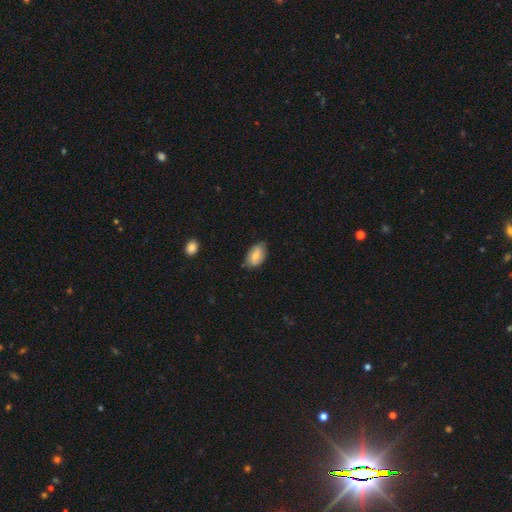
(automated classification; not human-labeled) smooth_or_featured: smooth (p=0.73) [alt: featured or disk p=0.21]
how_rounded: in between (p=0.91) [alt: round p=0.07]
merging: none (p=0.65) [alt: minor disturbance p=0.29]